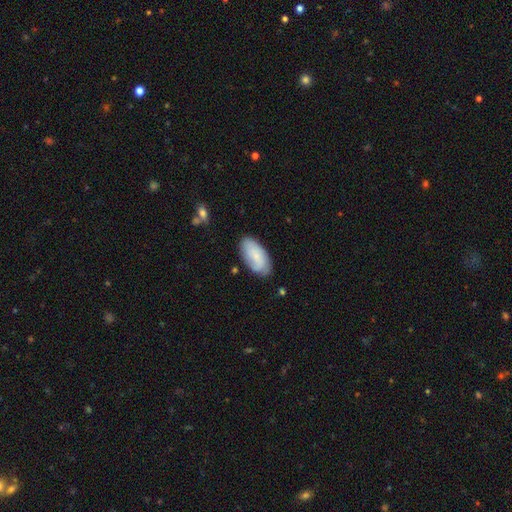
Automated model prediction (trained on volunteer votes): This appears to be a smooth galaxy with no disk features (72%) that is in between round and cigar-shaped (93%). Merging: none (75%).